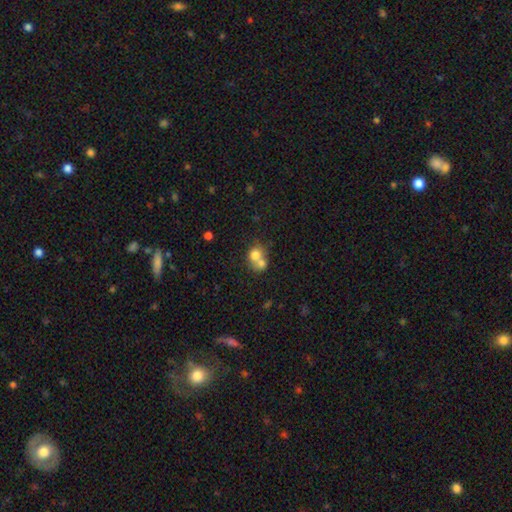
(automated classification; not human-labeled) Overall: smooth (72%). How rounded: round (70%). Merging: merger (66%).